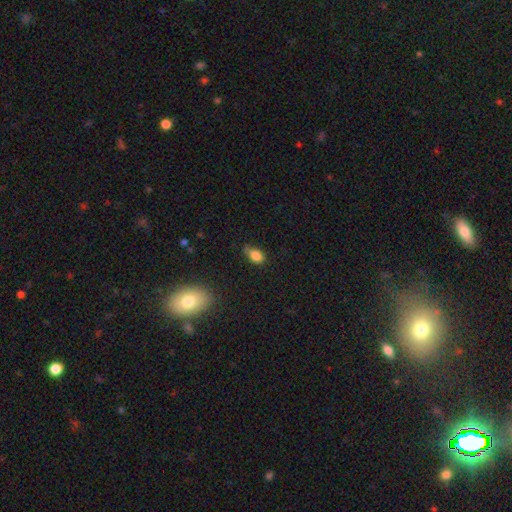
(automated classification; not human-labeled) Smooth or featured: smooth — 83% (star or artifact — 10%)
How rounded: in between — 78% (round — 19%)
Merging: none — 49% (minor disturbance — 38%)